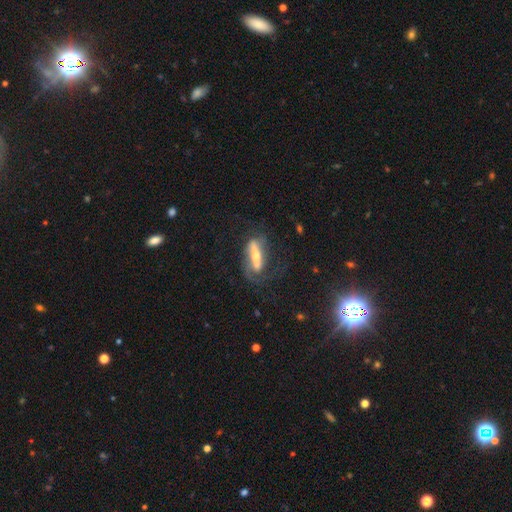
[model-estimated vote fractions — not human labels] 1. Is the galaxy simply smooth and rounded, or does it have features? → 69% featured or disk, 24% smooth, 6% star or artifact.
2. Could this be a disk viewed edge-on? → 60% no, 40% yes.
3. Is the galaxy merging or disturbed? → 49% none, 28% major disturbance, 20% minor disturbance, 3% merger.